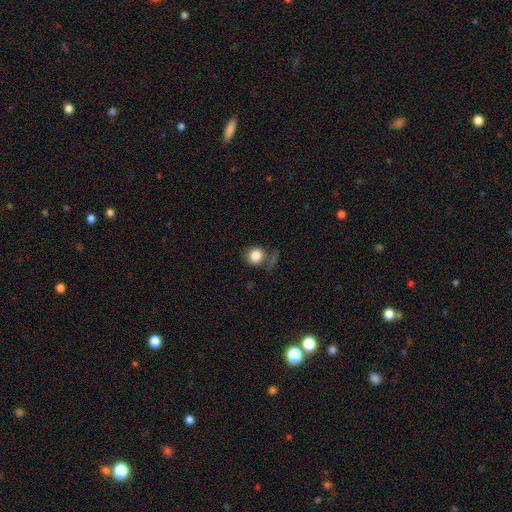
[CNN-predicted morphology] Smooth or featured? Predicted: smooth (p=0.83). How rounded? Predicted: round (p=0.80). Merging? Predicted: none (p=0.58).